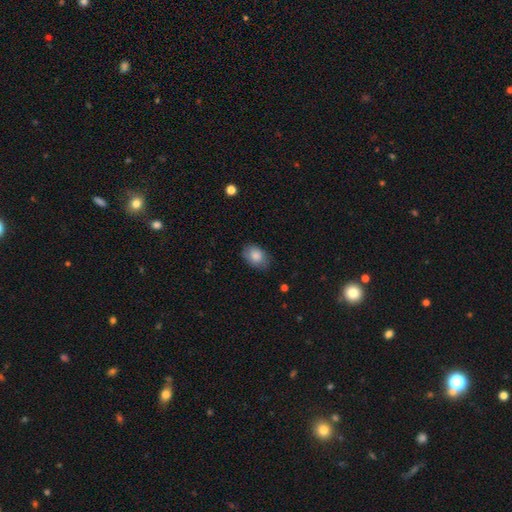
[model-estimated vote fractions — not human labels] smooth 84%, featured or disk 9%, star or artifact 7%. Down the decision tree: how rounded — in between (78%); merging — none (77%).